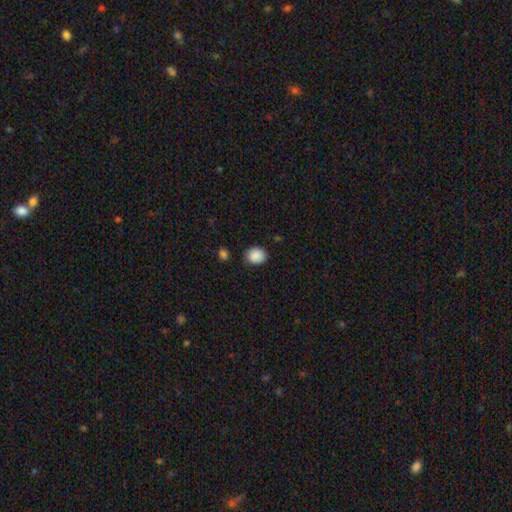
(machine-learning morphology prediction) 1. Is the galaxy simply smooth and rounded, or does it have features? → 89% smooth, 8% star or artifact, 3% featured or disk.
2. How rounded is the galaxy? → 64% round, 35% in between, 1% cigar-shaped.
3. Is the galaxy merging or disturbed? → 82% none, 13% minor disturbance, 3% major disturbance, 2% merger.